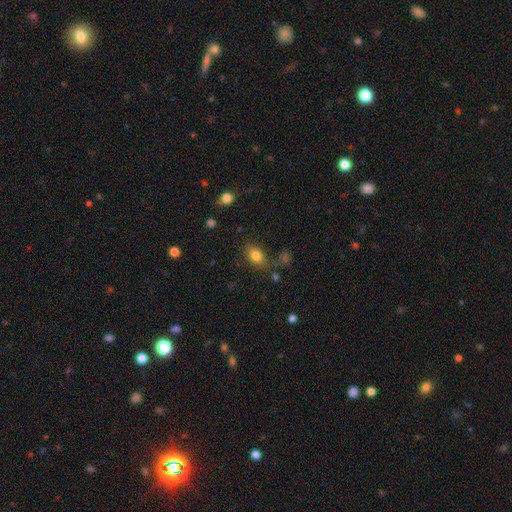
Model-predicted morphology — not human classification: Smooth or featured? smooth (81%)
How rounded? in between (81%)
Merging? none (75%)